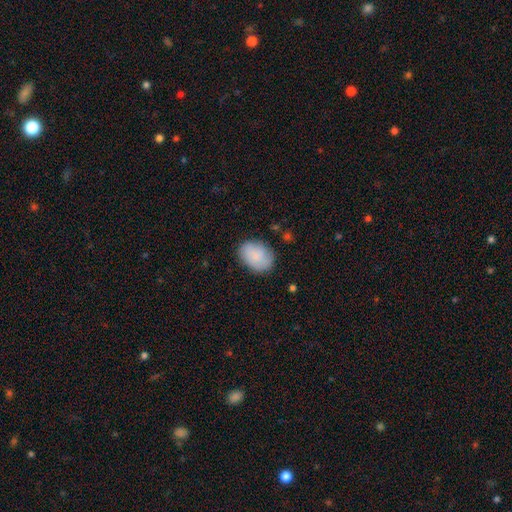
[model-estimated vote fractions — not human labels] This is clearly a smooth galaxy (80%). How rounded: likely in between (73%). Merging: likely none (76%).